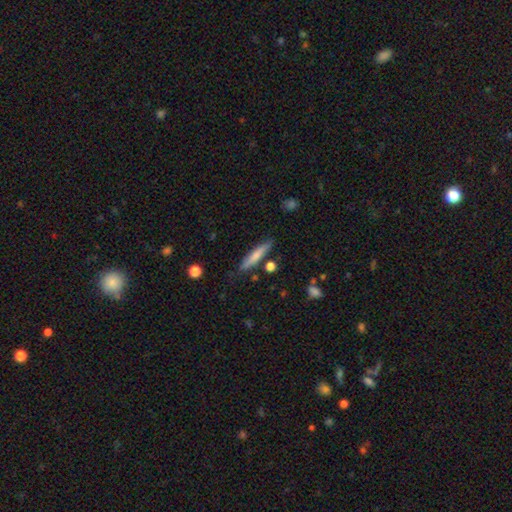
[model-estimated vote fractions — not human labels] The model was most divided on "smooth or featured": smooth: 67%, featured or disk: 26%, star or artifact: 6%. More confident: how rounded — cigar-shaped (90%); merging — none (82%).